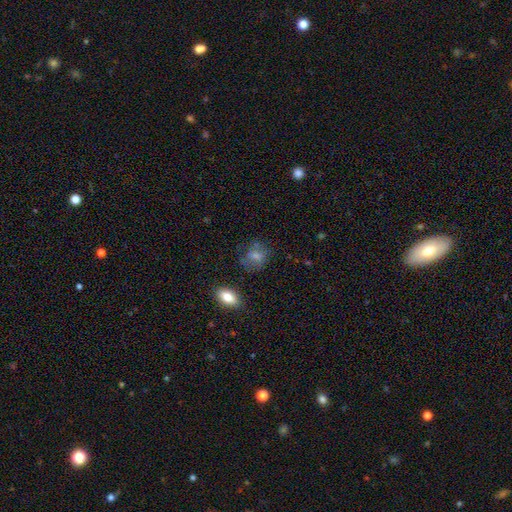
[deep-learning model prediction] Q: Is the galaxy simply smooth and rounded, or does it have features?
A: smooth — 55%.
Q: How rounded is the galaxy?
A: round — 55%.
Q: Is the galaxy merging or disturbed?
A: none — 68%.